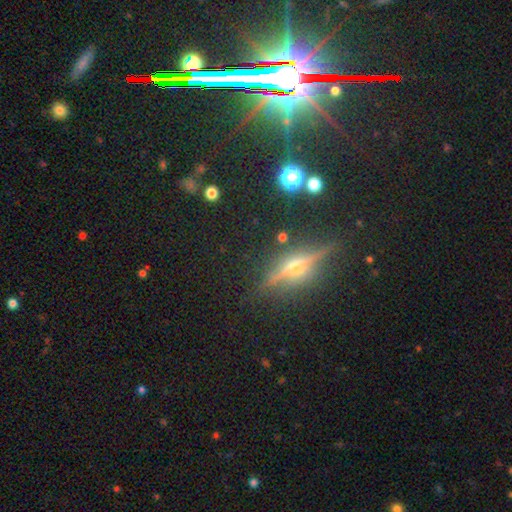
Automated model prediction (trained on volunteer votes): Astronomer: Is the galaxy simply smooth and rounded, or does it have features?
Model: featured or disk — 63%.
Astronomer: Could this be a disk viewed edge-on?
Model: yes — 92%.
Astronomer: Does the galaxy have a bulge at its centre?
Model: rounded — 92%.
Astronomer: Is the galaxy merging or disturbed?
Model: none — 85%.